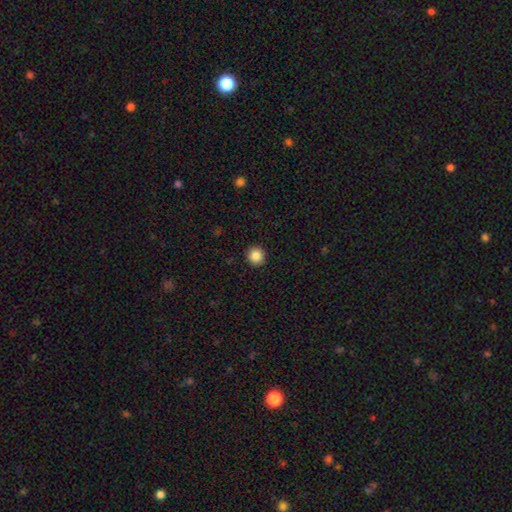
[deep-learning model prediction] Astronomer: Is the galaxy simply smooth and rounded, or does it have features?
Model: smooth — 87%.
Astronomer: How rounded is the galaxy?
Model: round — 94%.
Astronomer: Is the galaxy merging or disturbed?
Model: none — 93%.